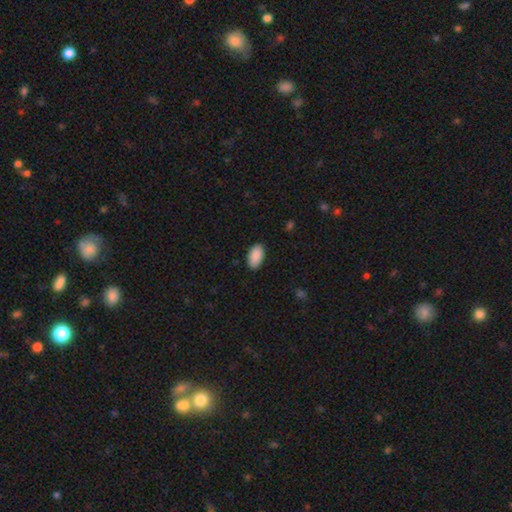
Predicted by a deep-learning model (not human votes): smooth 91%, star or artifact 6%, featured or disk 3%. Down the decision tree: how rounded — in between (96%); merging — none (87%).